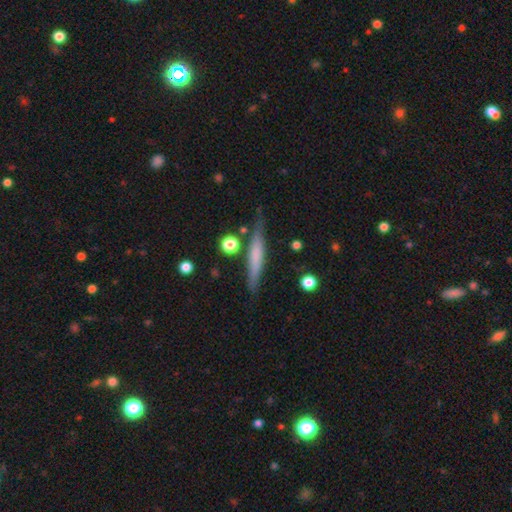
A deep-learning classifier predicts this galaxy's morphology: Smooth or featured? smooth (54%)
How rounded? cigar-shaped (92%)
Merging? none (79%)